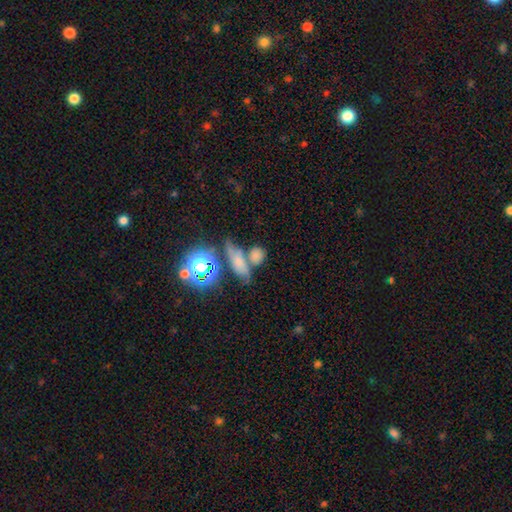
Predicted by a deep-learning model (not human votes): Smooth or featured? Predicted: smooth (p=0.70). How rounded? Predicted: in between (p=0.48). Merging? Predicted: none (p=0.44).